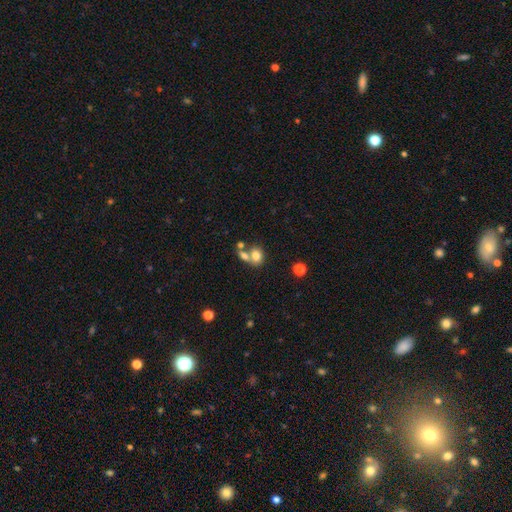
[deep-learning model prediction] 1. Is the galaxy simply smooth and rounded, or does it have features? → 77% smooth, 12% featured or disk, 11% star or artifact.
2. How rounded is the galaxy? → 51% in between, 48% round, 1% cigar-shaped.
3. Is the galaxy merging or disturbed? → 46% merger, 40% none, 10% minor disturbance, 5% major disturbance.